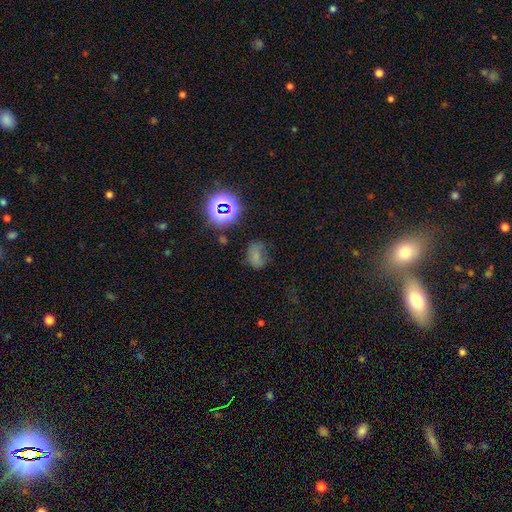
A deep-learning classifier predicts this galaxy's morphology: smooth-or-featured: smooth: 57% | star or artifact: 28% | featured or disk: 15%
  how-rounded: in between: 69% | round: 30% | cigar-shaped: 2%
  merging: none: 42% | minor disturbance: 28% | major disturbance: 24% | merger: 6%